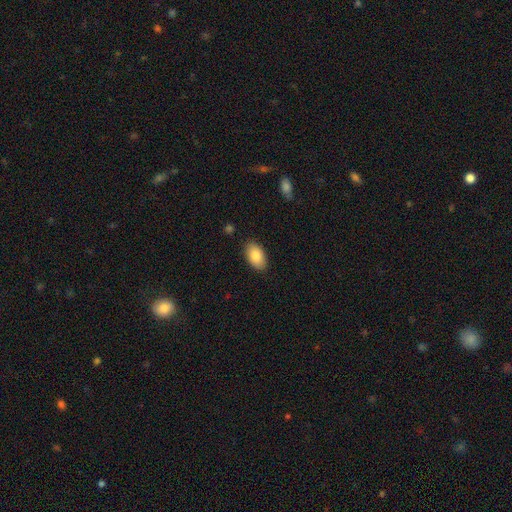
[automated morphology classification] A smooth galaxy with no disk features (87%) that is in between round and cigar-shaped (94%).

Vote fractions:
- Smooth or featured? smooth: 87% / featured or disk: 7% / star or artifact: 6%
- How rounded? in between: 94% / round: 5% / cigar-shaped: 1%
- Merging? none: 87% / minor disturbance: 10% / major disturbance: 2% / merger: 1%